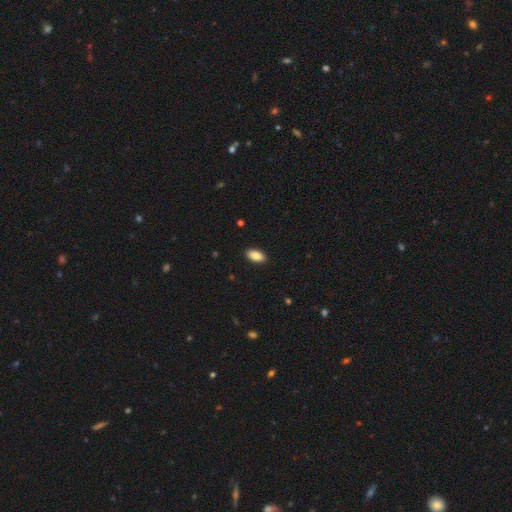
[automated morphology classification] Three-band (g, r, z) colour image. It shows a smooth galaxy with no disk features (88%) that is in between round and cigar-shaped (93%). Merging: none (90%).